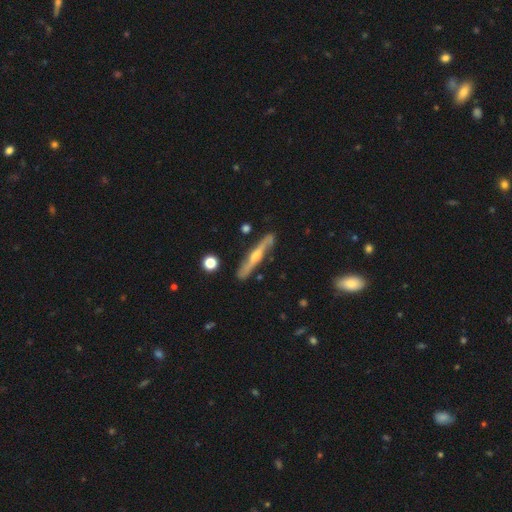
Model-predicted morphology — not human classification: Smooth or featured? featured or disk (72%)
Edge-on disk? yes (89%)
Edge-on bulge? rounded (81%)
Merging? none (83%)